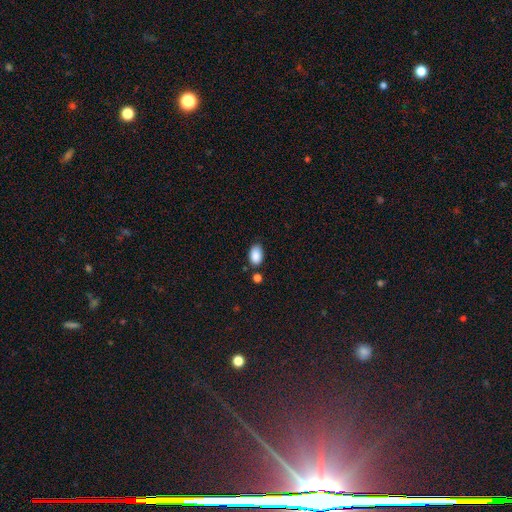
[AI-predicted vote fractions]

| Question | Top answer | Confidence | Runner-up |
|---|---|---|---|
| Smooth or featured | smooth | 88% | star or artifact (8%) |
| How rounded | in between | 90% | round (8%) |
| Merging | none | 75% | minor disturbance (15%) |